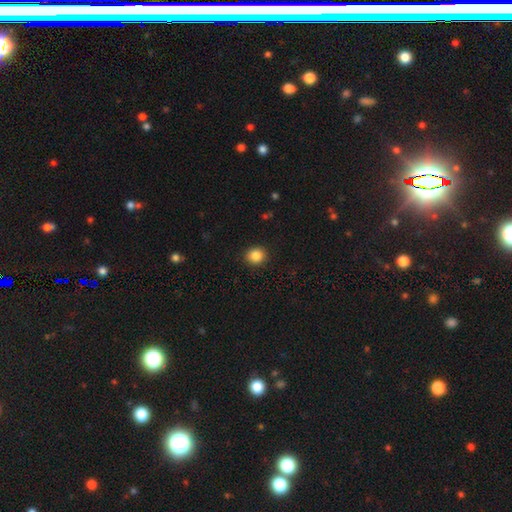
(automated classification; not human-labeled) Smooth or featured? Predicted: smooth (p=0.86). How rounded? Predicted: round (p=0.83). Merging? Predicted: none (p=0.91).